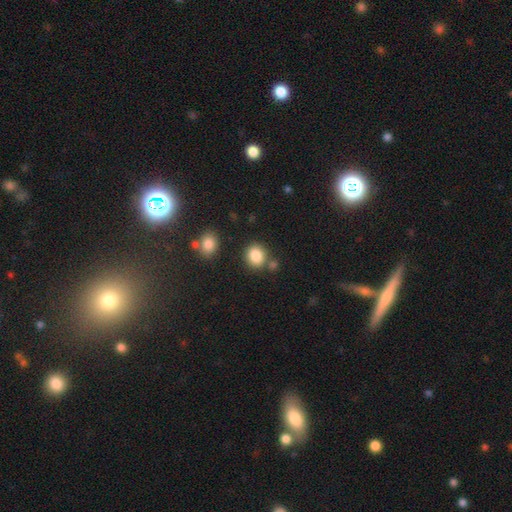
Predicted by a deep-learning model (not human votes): smooth-or-featured: smooth: 86% | star or artifact: 9% | featured or disk: 5%
  how-rounded: round: 68% | in between: 31% | cigar-shaped: 1%
  merging: none: 74% | merger: 12% | minor disturbance: 11% | major disturbance: 4%